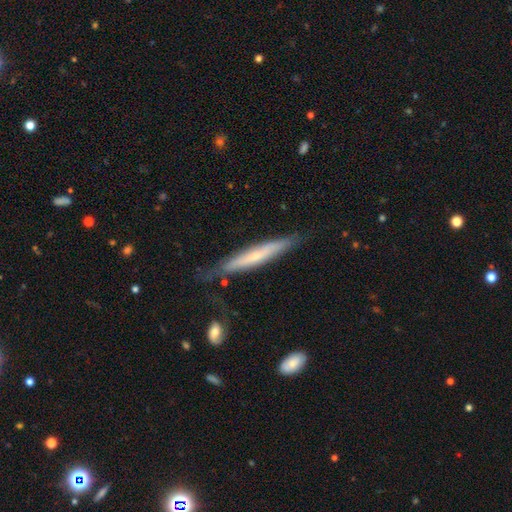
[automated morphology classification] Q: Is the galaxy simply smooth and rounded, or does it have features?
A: featured or disk — 48%.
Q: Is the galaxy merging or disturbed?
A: none — 73%.